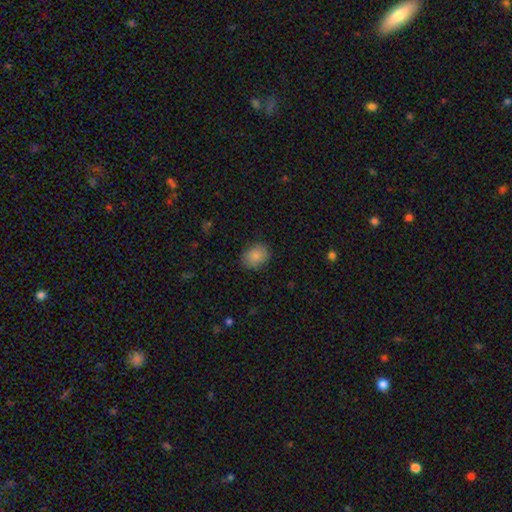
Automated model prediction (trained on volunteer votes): Overall: smooth (86%). How rounded: in between (59%; round 40%). Merging: none (85%).